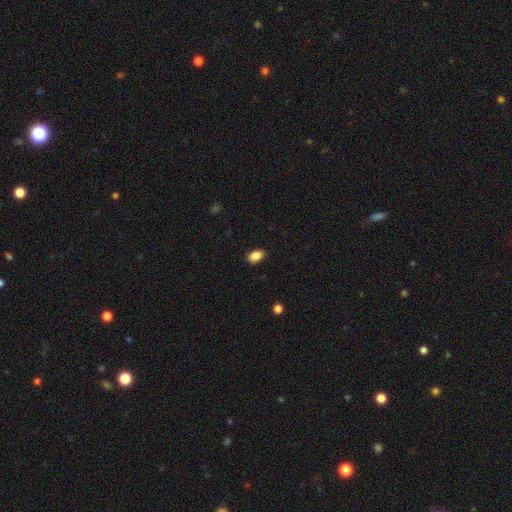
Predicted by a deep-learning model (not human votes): A smooth galaxy with no disk features (87%) that is in between round and cigar-shaped (86%). Merging: none (86%).